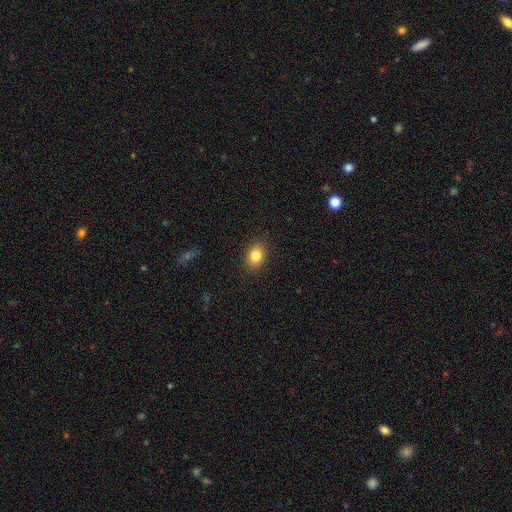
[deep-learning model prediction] A smooth galaxy with no disk features (83%) that is in between round and cigar-shaped (65%). Merging: none (89%).